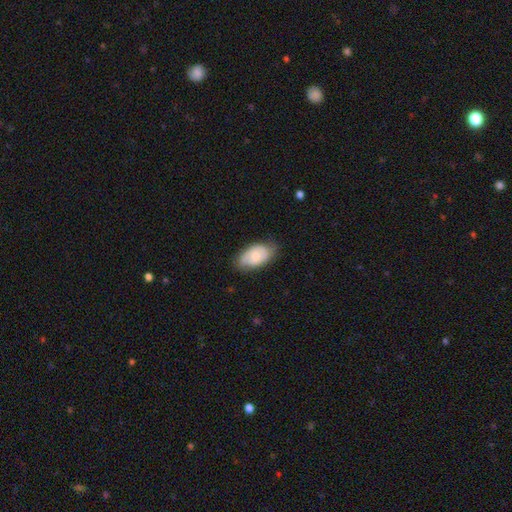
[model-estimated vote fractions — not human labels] This is possibly a smooth galaxy (59%). How rounded: clearly in between (92%). Merging: likely none (70%).